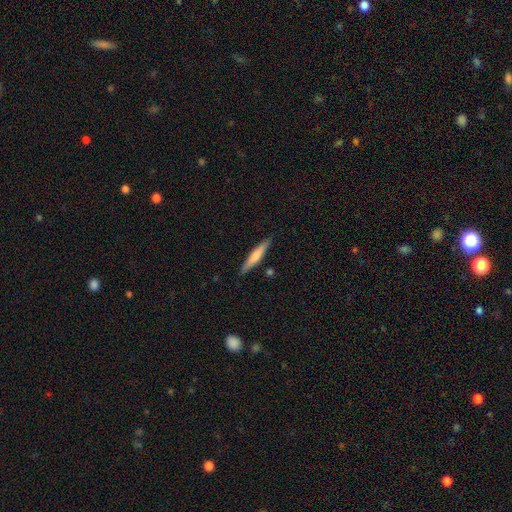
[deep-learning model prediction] Smooth or featured? smooth (62%)
How rounded? cigar-shaped (91%)
Merging? none (87%)